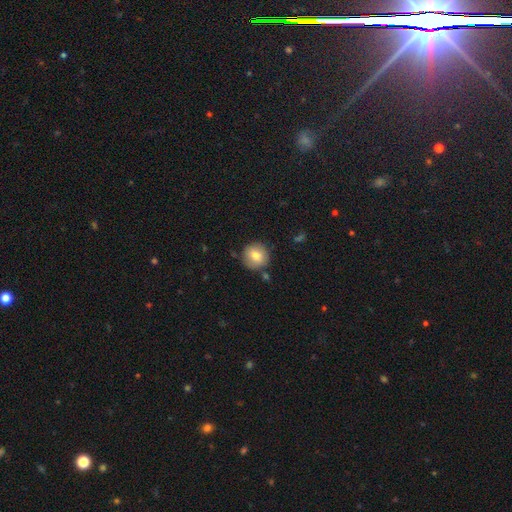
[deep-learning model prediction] A smooth galaxy with no disk features (77%) that is round (94%). Merging: none (83%).